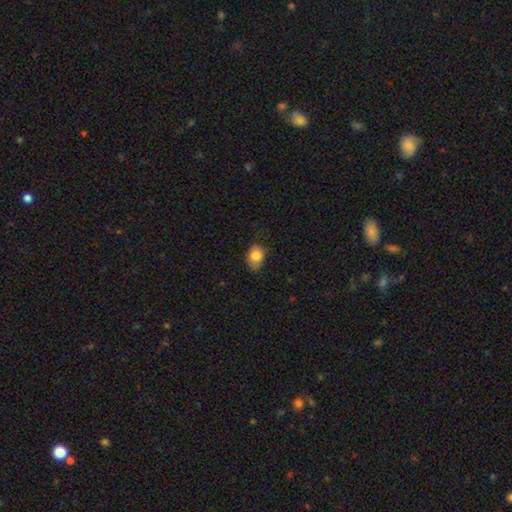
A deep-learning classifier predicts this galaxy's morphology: The model was most divided on "how rounded": in between: 64%, round: 35%, cigar-shaped: 1%. More confident: smooth or featured — smooth (84%); merging — none (68%).